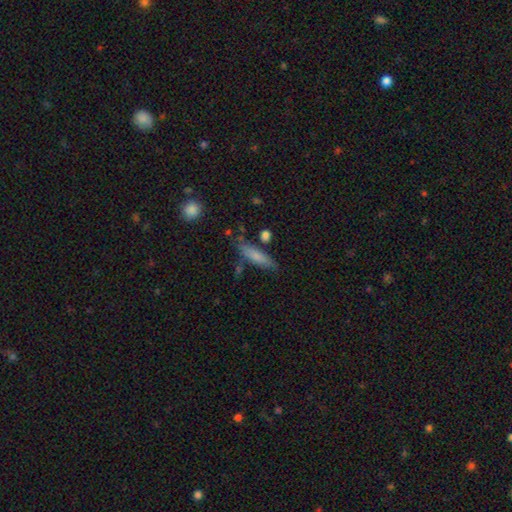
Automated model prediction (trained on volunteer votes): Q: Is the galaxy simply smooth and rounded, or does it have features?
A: smooth — 75%.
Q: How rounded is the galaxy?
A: cigar-shaped — 71%.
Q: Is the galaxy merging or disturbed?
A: none — 74%.